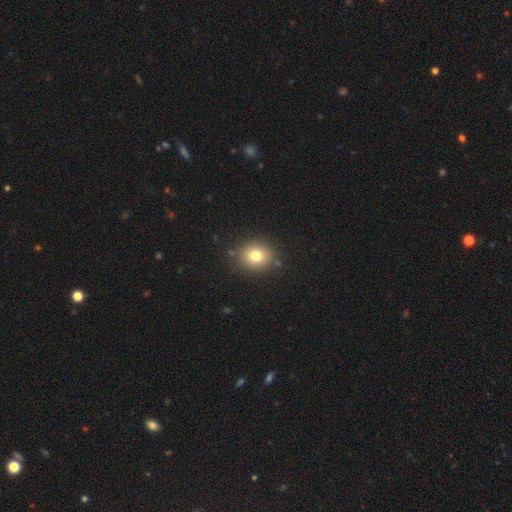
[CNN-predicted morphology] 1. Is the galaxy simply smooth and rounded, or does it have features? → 79% smooth, 12% star or artifact, 9% featured or disk.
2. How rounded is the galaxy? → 71% round, 28% in between, 1% cigar-shaped.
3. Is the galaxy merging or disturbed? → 84% none, 10% minor disturbance, 3% major disturbance, 3% merger.